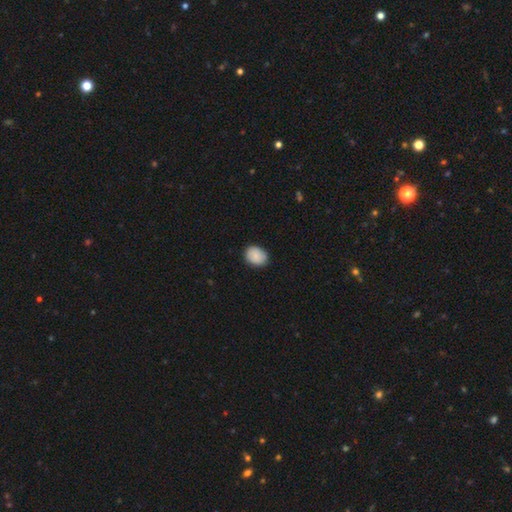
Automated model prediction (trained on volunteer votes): This is clearly a smooth galaxy (87%). How rounded: possibly in between (56%). Merging: clearly none (83%).